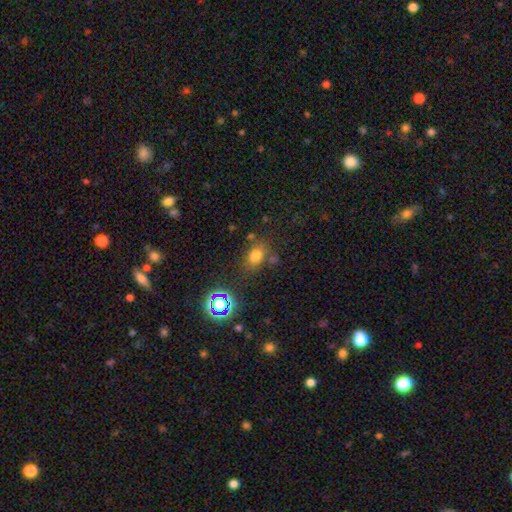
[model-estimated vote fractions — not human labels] A smooth galaxy with no disk features (70%) that is in between round and cigar-shaped (61%). Merging: none (69%).